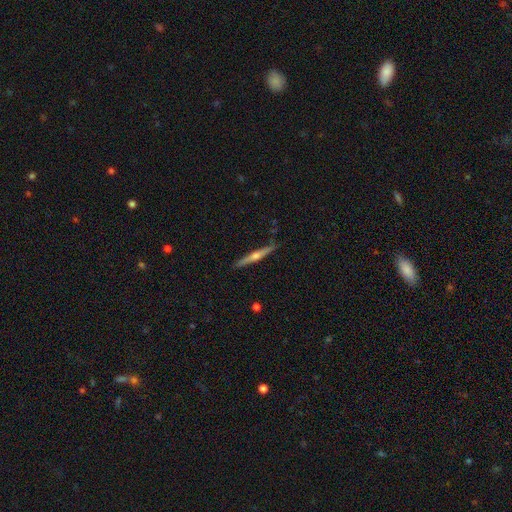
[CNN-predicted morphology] Overall: featured or disk (72%). Edge-on disk: yes (98%). Edge-on bulge: rounded (87%). Merging: none (89%).